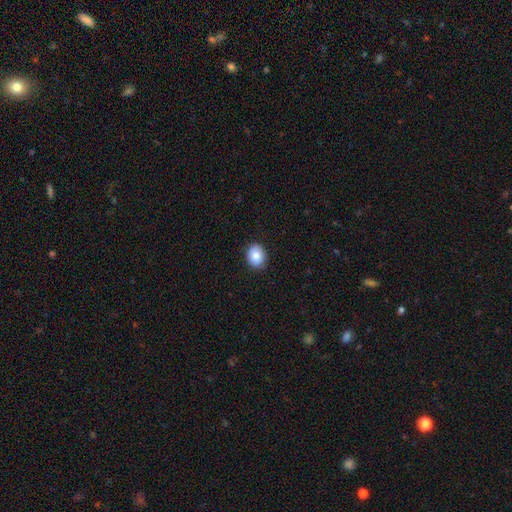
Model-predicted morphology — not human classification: The model was most divided on "how rounded": round: 54%, in between: 45%, cigar-shaped: 1%. More confident: merging — none (89%); smooth or featured — smooth (85%).